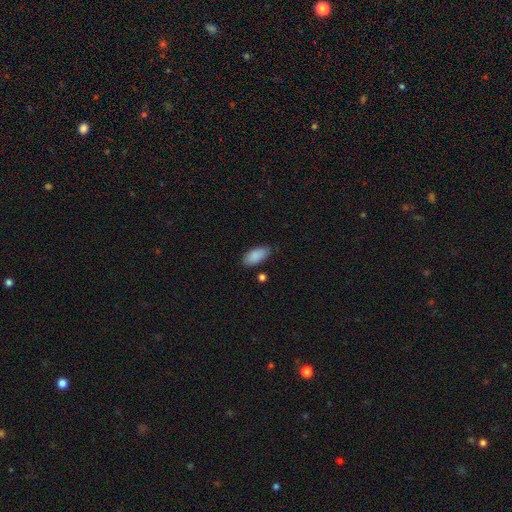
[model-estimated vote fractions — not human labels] A smooth galaxy with no disk features (89%) that is in between round and cigar-shaped (92%).

Vote fractions:
- Smooth or featured? smooth: 89% / star or artifact: 6% / featured or disk: 5%
- How rounded? in between: 92% / cigar-shaped: 6% / round: 2%
- Merging? none: 81% / minor disturbance: 13% / merger: 3% / major disturbance: 3%